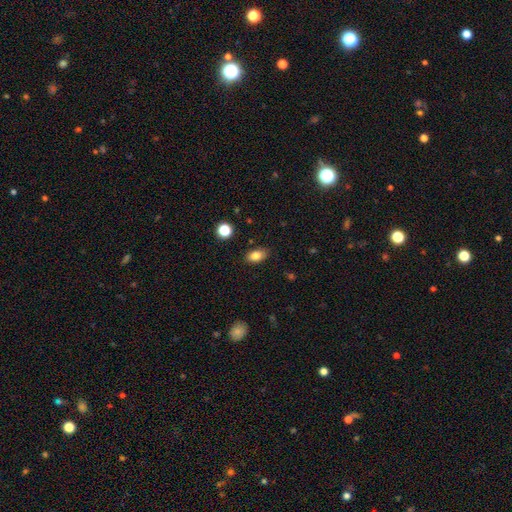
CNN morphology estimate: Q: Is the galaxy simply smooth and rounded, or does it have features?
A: smooth — 83%.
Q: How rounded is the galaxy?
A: in between — 87%.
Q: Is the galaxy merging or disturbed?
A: none — 86%.